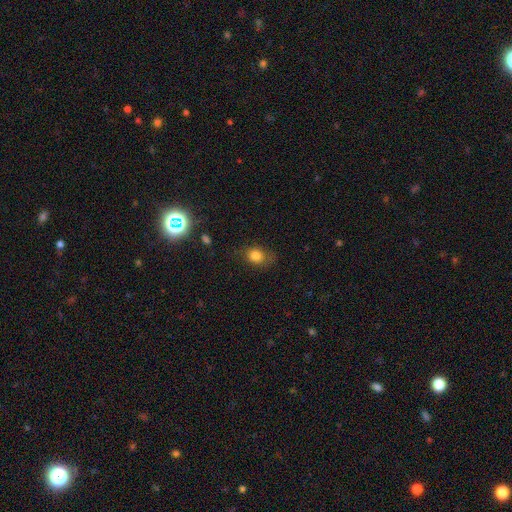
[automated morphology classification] type=smooth (80%); roundness=round (53%); merging=none (67%).